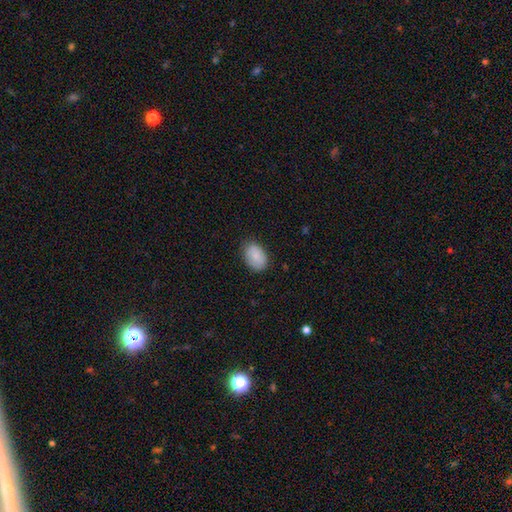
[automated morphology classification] Smooth or featured? Predicted: smooth (p=0.83). How rounded? Predicted: in between (p=0.85). Merging? Predicted: none (p=0.78).